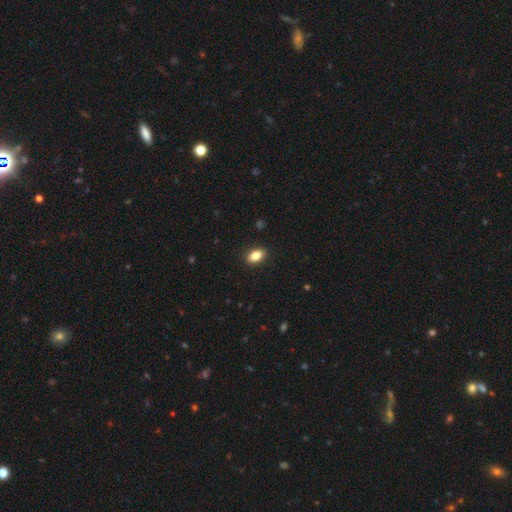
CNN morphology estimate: Smooth or featured?
  - smooth: 82% *
  - featured or disk: 10%
  - star or artifact: 8%
How rounded?
  - in between: 86% *
  - round: 10%
  - cigar-shaped: 4%
Merging?
  - none: 89% *
  - minor disturbance: 8%
  - major disturbance: 2%
  - merger: 1%